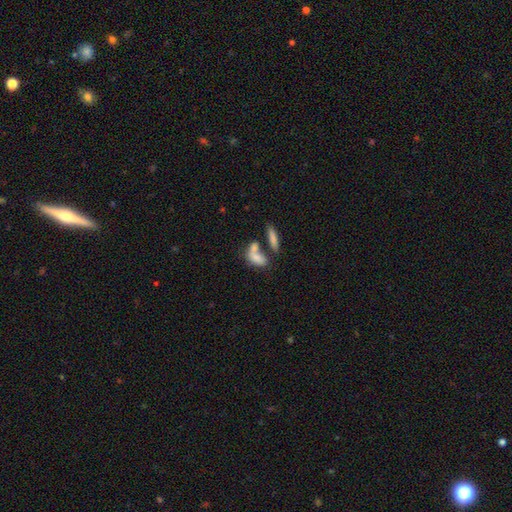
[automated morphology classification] Q: Smooth or featured?
A: smooth (72%); runner-up: featured or disk (18%)
Q: How rounded?
A: in between (78%); runner-up: cigar-shaped (16%)
Q: Merging?
A: merger (51%); runner-up: none (30%)